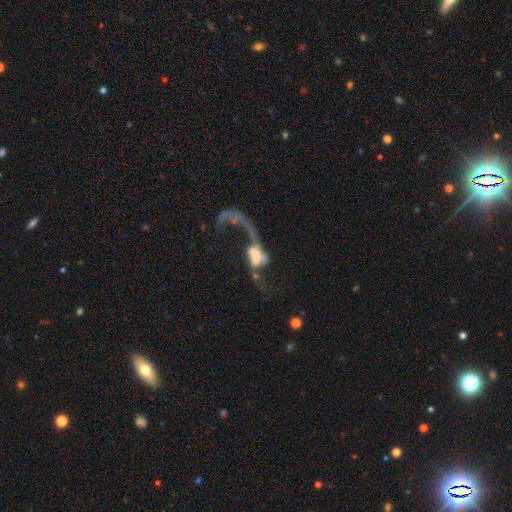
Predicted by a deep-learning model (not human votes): featured or disk 57%, smooth 32%, star or artifact 10%. Down the decision tree: edge-on disk — no (93%); bar — no (65%); spiral arms — no (51%); bulge size — none (38%); merging — major disturbance (53%).